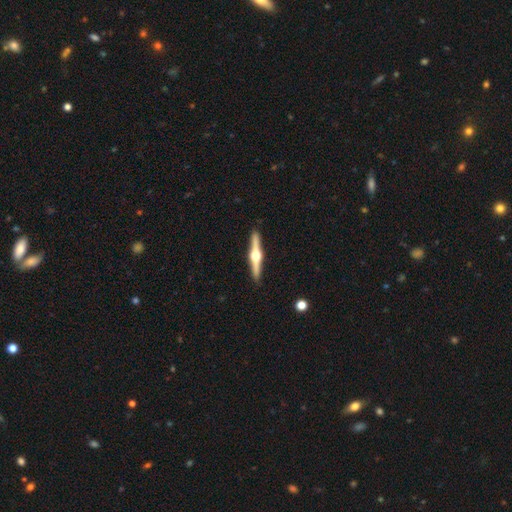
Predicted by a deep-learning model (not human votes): smooth-or-featured: featured or disk: 80% | smooth: 16% | star or artifact: 5%
  disk-edge-on: yes: 98% | no: 2%
    edge-on-bulge: rounded: 96% | boxy: 2% | none: 1%
  merging: none: 92% | minor disturbance: 6% | major disturbance: 1% | merger: 1%